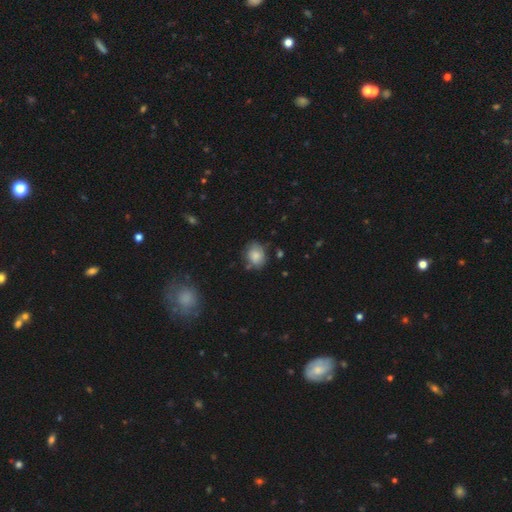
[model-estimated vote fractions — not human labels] Overall: smooth (82%). How rounded: in between (50%; round 49%). Merging: none (69%).